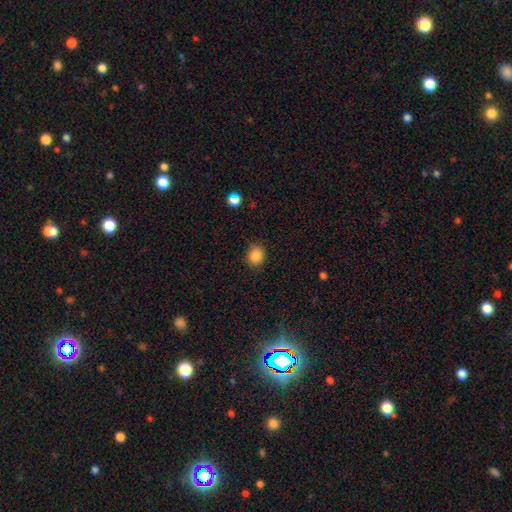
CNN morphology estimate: A smooth galaxy with no disk features (86%) that is round (77%). Merging: none (84%).